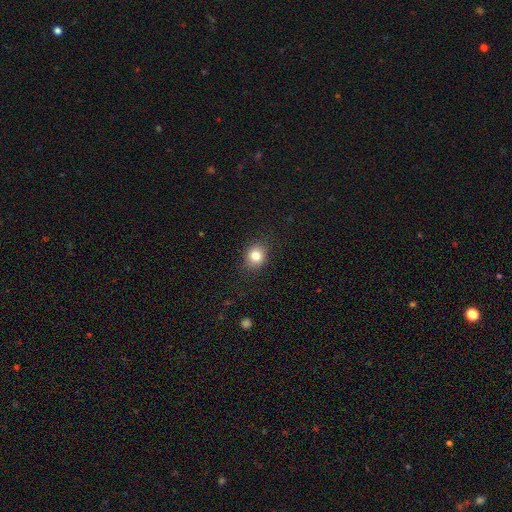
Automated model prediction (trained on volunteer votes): Smooth or featured: smooth — 83% (star or artifact — 11%)
How rounded: round — 67% (in between — 32%)
Merging: none — 86% (minor disturbance — 10%)